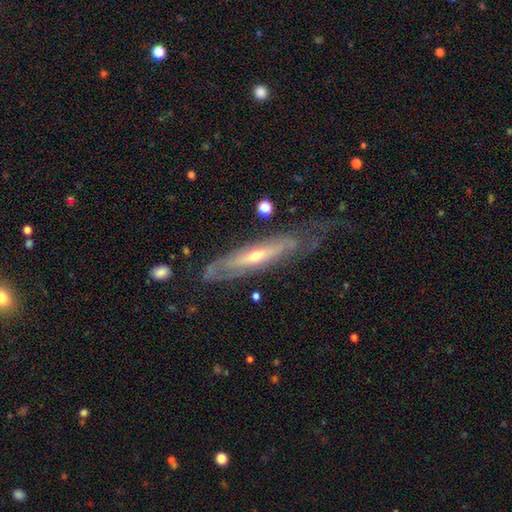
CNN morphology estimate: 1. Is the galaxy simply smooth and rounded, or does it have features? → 75% featured or disk, 19% smooth, 6% star or artifact.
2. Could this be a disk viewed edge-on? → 53% yes, 47% no.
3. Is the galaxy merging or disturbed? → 59% none, 23% minor disturbance, 16% major disturbance, 2% merger.